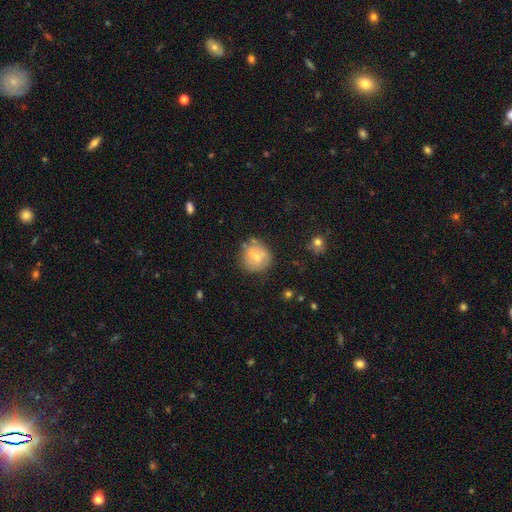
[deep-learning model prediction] Morphology: type=smooth (54%); roundness=round (85%); merging=none (60%).